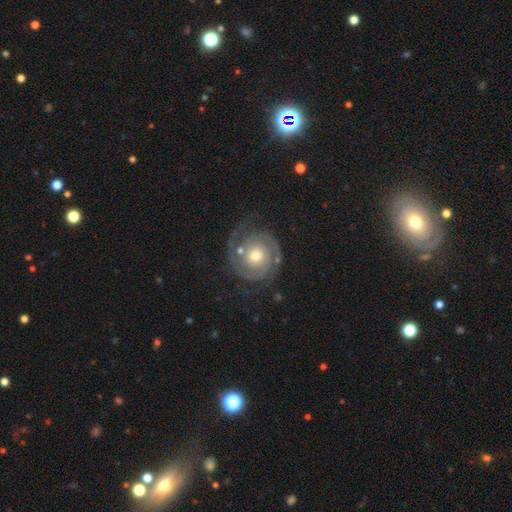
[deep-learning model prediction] Q: Smooth or featured?
A: featured or disk (89%); runner-up: smooth (6%)
Q: Edge-on disk?
A: no (98%); runner-up: yes (2%)
Q: Bar?
A: no (78%); runner-up: weak (17%)
Q: Spiral arms?
A: yes (98%); runner-up: no (2%)
Q: Spiral winding?
A: tight (67%); runner-up: medium (27%)
Q: Spiral arm count?
A: 2 (88%); runner-up: can't tell (4%)
Q: Bulge size?
A: moderate (64%); runner-up: small (31%)
Q: Merging?
A: none (77%); runner-up: minor disturbance (13%)